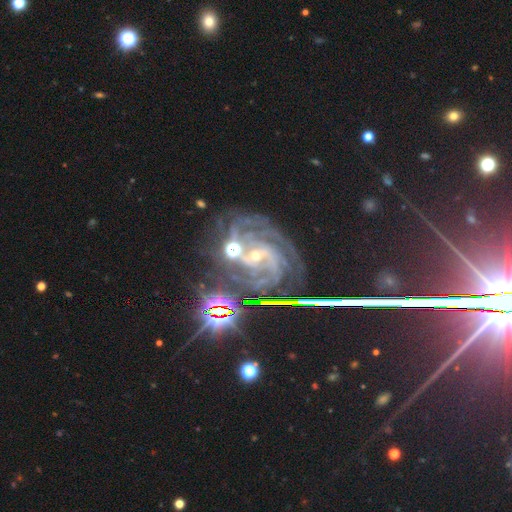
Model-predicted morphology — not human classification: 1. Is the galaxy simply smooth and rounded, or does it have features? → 79% featured or disk, 16% star or artifact, 5% smooth.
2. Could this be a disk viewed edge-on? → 97% no, 3% yes.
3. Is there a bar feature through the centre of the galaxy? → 41% no, 38% weak, 22% strong.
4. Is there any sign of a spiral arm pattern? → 98% yes, 2% no.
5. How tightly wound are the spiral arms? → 55% tight, 37% medium, 8% loose.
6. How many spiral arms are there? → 28% 3, 23% 2, 17% can't tell, 15% 4, 9% more than 4, 8% 1.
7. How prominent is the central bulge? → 75% small, 19% moderate, 3% none, 2% large, 1% dominant.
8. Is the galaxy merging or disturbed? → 57% none, 18% minor disturbance, 13% major disturbance, 12% merger.